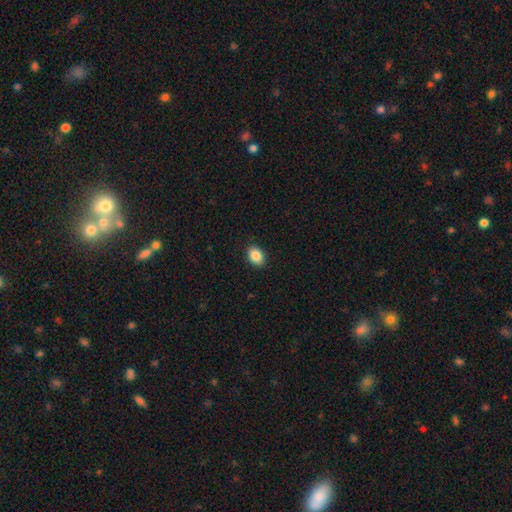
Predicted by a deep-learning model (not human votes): A smooth galaxy with no disk features (88%) that is in between round and cigar-shaped (77%). Merging: none (90%).